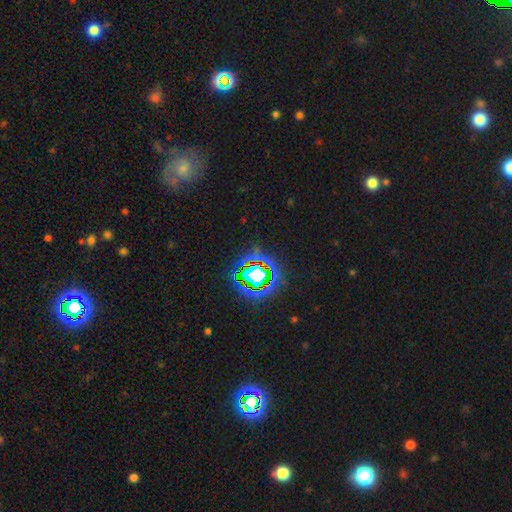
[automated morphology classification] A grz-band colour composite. It shows a star or artifact, not a galaxy (79%).